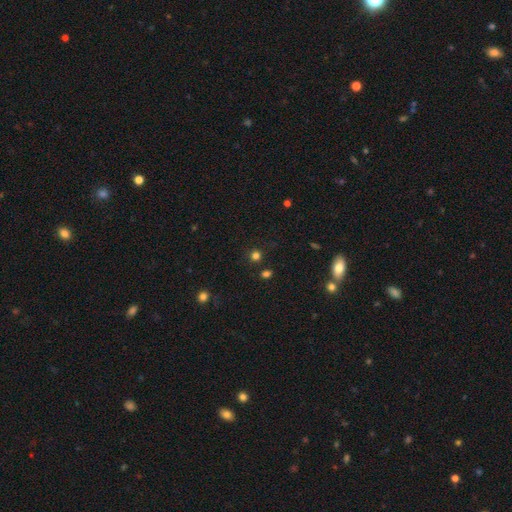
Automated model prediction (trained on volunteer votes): Overall: smooth (74%). How rounded: round (89%). Merging: none (85%).